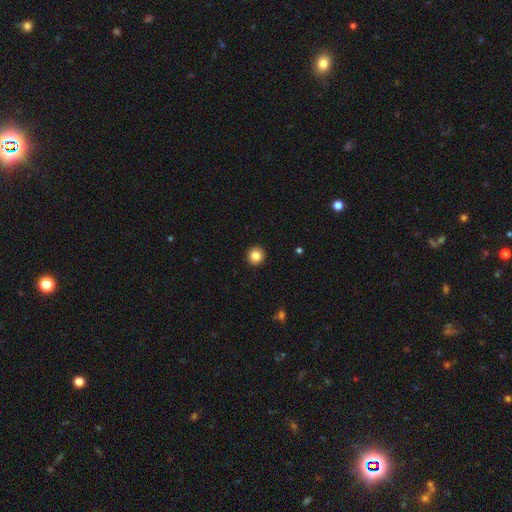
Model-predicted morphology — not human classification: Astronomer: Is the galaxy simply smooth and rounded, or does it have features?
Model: smooth — 84%.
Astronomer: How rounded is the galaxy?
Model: round — 94%.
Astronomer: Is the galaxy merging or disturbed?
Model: none — 93%.